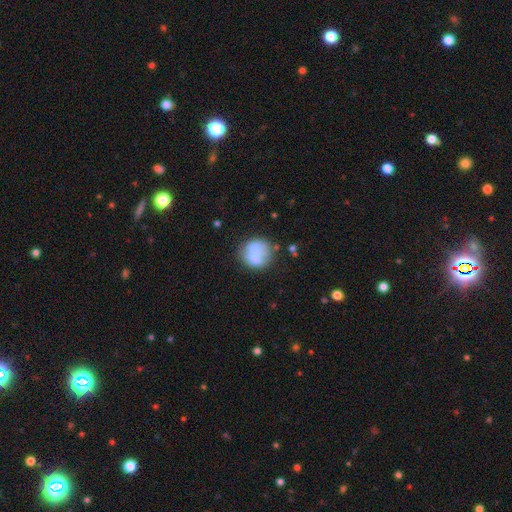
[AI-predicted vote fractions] Smooth or featured?
  - smooth: 69% *
  - featured or disk: 22%
  - star or artifact: 9%
How rounded?
  - round: 84% *
  - in between: 15%
  - cigar-shaped: 1%
Merging?
  - none: 52% *
  - minor disturbance: 21%
  - merger: 17%
  - major disturbance: 10%